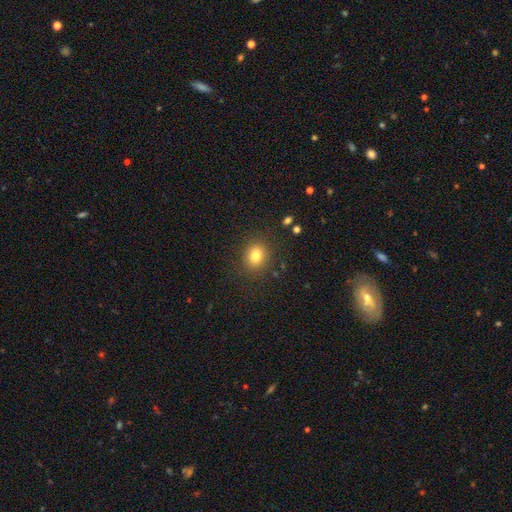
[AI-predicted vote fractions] Overall: smooth (80%). How rounded: round (71%). Merging: none (87%).